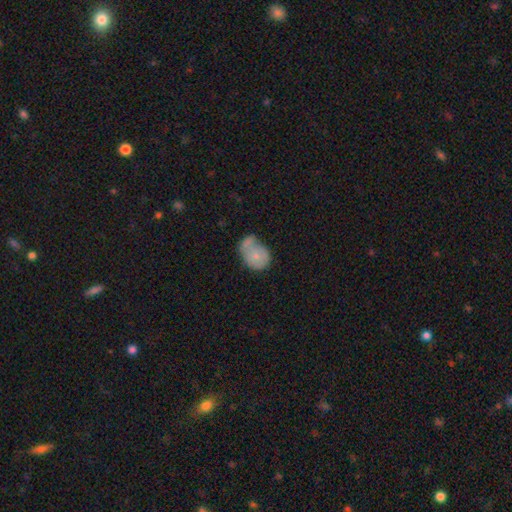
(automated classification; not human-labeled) smooth_or_featured: smooth (p=0.67) [alt: featured or disk p=0.26]
how_rounded: in between (p=0.61) [alt: round p=0.38]
merging: merger (p=0.31) [alt: minor disturbance p=0.27]